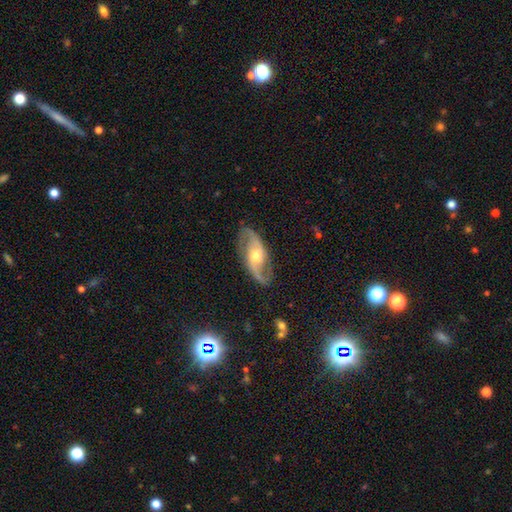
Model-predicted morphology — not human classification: Smooth or featured? featured or disk (88%)
Edge-on disk? no (95%)
Bar? no (48%)
Spiral arms? yes (96%)
Spiral winding? medium (46%)
Spiral arm count? 2 (92%)
Bulge size? moderate (65%)
Merging? none (82%)